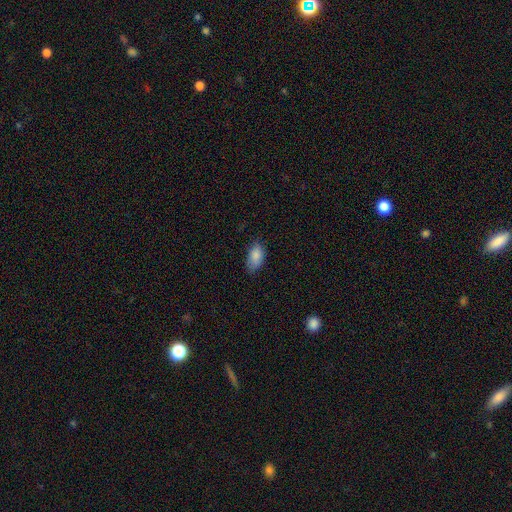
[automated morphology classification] Q: Smooth or featured?
A: smooth (87%); runner-up: star or artifact (7%)
Q: How rounded?
A: in between (93%); runner-up: round (4%)
Q: Merging?
A: none (72%); runner-up: minor disturbance (23%)